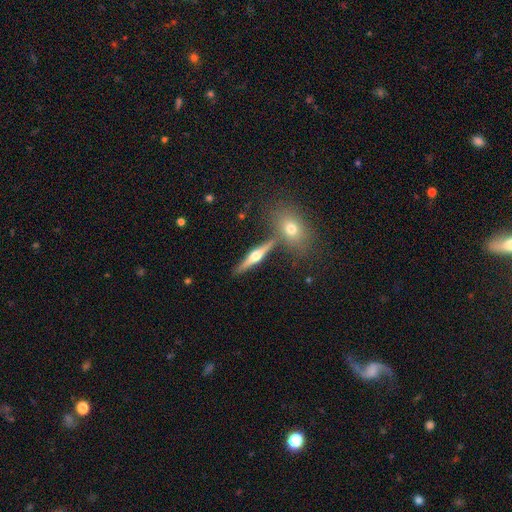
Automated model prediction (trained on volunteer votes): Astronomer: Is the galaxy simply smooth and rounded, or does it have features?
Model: featured or disk — 68%.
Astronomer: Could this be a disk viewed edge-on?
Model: yes — 95%.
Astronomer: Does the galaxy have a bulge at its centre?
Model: rounded — 94%.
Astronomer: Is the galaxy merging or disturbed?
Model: none — 78%.